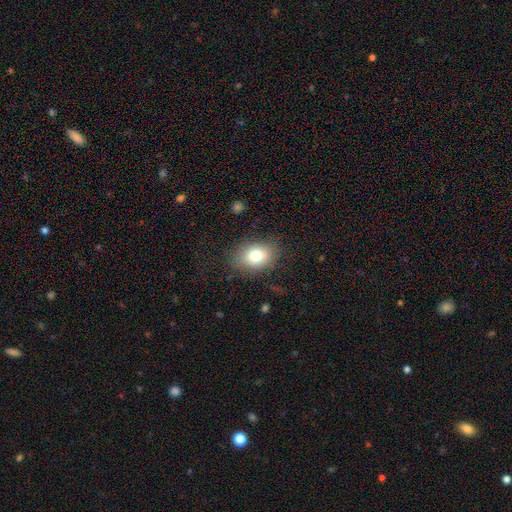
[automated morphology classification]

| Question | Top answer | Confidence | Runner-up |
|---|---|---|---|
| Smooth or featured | smooth | 77% | featured or disk (13%) |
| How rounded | in between | 70% | round (29%) |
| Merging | none | 80% | minor disturbance (14%) |